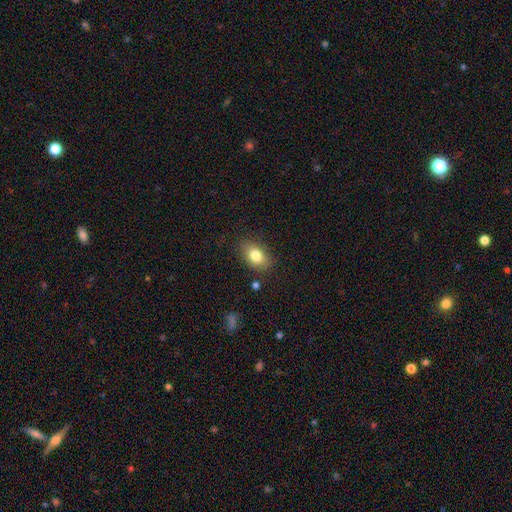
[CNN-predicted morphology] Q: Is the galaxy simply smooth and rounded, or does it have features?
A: smooth — 80%.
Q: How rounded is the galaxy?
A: in between — 83%.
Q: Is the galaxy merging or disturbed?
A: none — 81%.